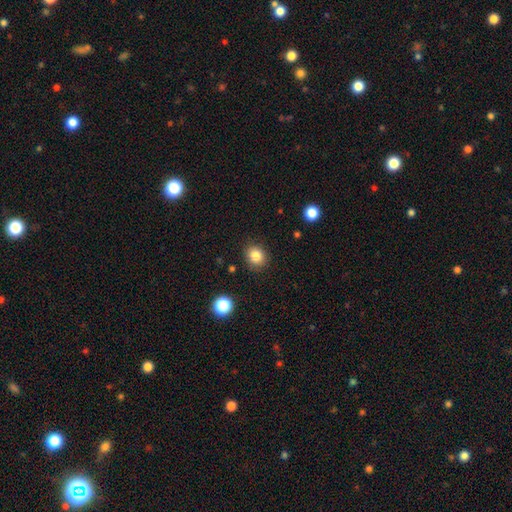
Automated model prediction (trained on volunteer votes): Smooth or featured? Predicted: smooth (p=0.84). How rounded? Predicted: round (p=0.71). Merging? Predicted: none (p=0.88).